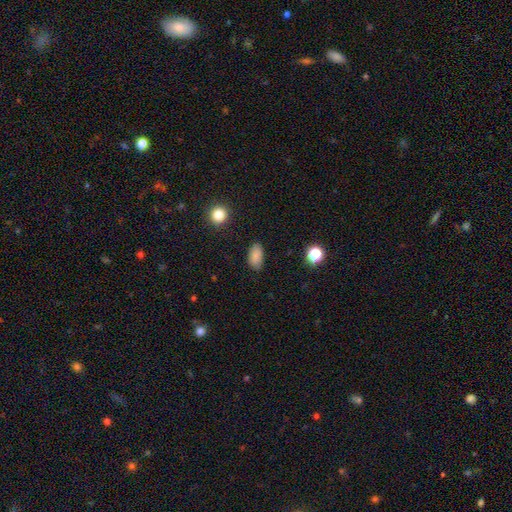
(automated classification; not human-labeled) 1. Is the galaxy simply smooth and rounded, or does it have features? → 86% smooth, 10% star or artifact, 5% featured or disk.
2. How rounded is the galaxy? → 92% in between, 5% round, 3% cigar-shaped.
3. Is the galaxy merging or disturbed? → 84% none, 12% minor disturbance, 3% major disturbance, 1% merger.